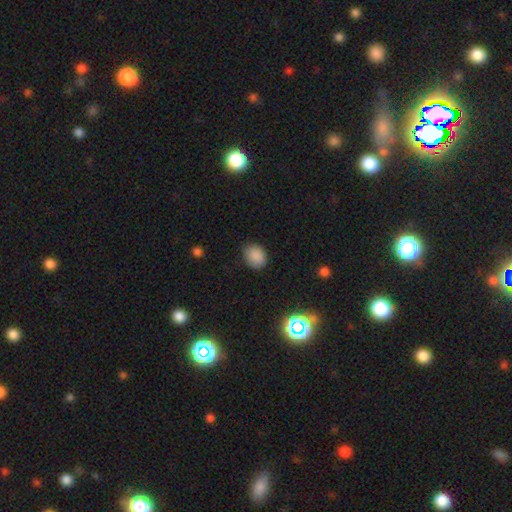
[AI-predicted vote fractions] Smooth or featured? smooth (85%)
How rounded? in between (62%)
Merging? none (81%)